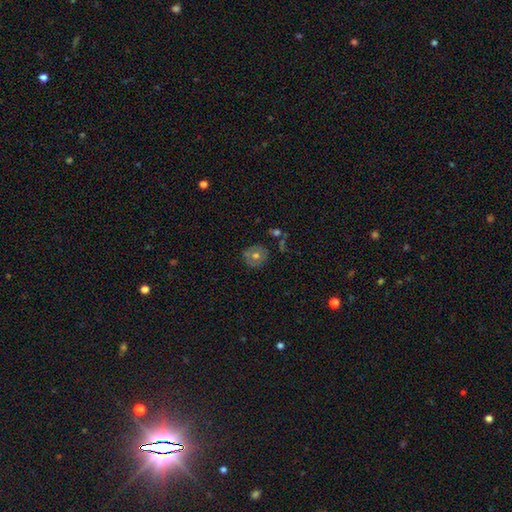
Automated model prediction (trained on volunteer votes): Q: Smooth or featured?
A: smooth (47%); runner-up: featured or disk (42%)
Q: Merging?
A: none (82%); runner-up: minor disturbance (12%)